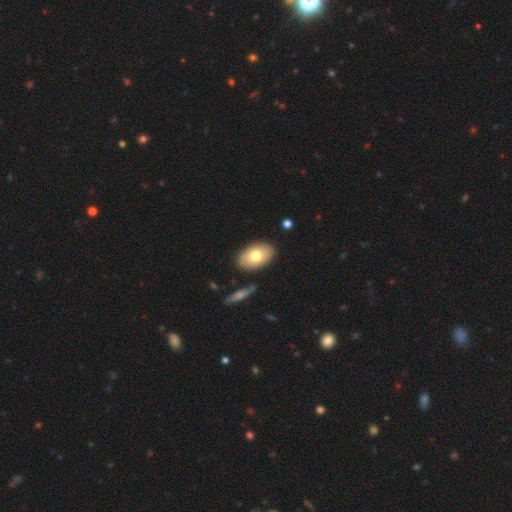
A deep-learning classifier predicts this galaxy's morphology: Smooth or featured? smooth (72%)
How rounded? in between (90%)
Merging? none (85%)